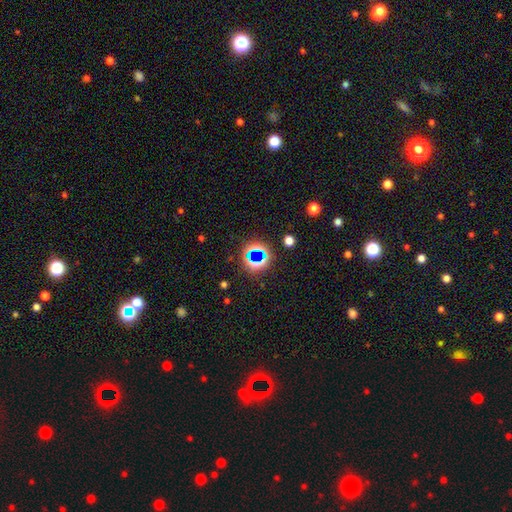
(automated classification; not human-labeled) Overall: star or artifact (64%; smooth 25%).